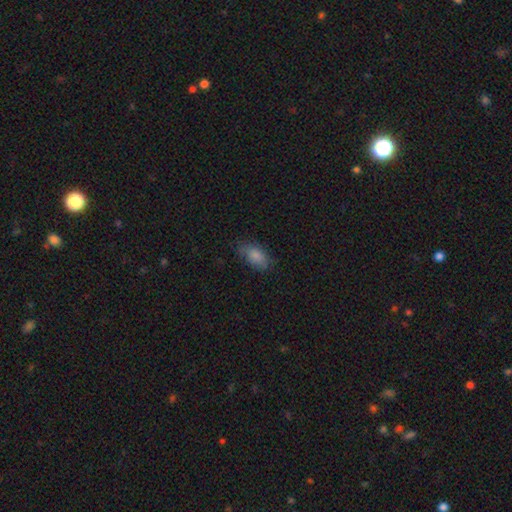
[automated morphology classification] Smooth or featured: smooth — 84% (featured or disk — 8%)
How rounded: in between — 92% (round — 4%)
Merging: none — 70% (minor disturbance — 23%)